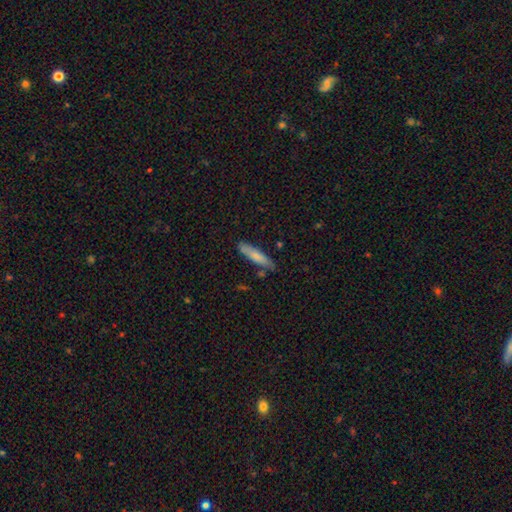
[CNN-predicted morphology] smooth 74%, featured or disk 20%, star or artifact 6%. Down the decision tree: how rounded — cigar-shaped (81%); merging — none (79%).